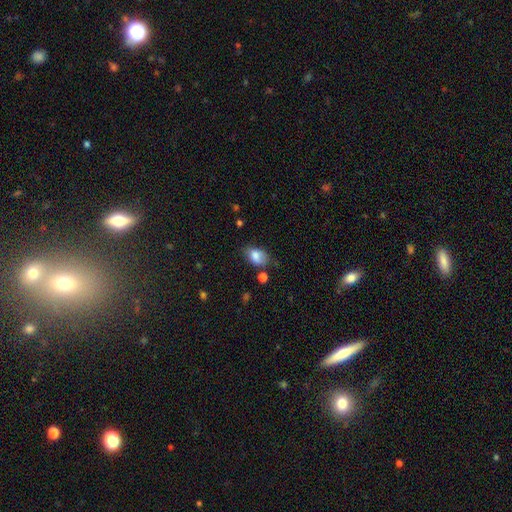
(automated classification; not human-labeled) smooth_or_featured: smooth (p=0.78) [alt: featured or disk p=0.13]
how_rounded: in between (p=0.85) [alt: round p=0.14]
merging: none (p=0.53) [alt: minor disturbance p=0.30]